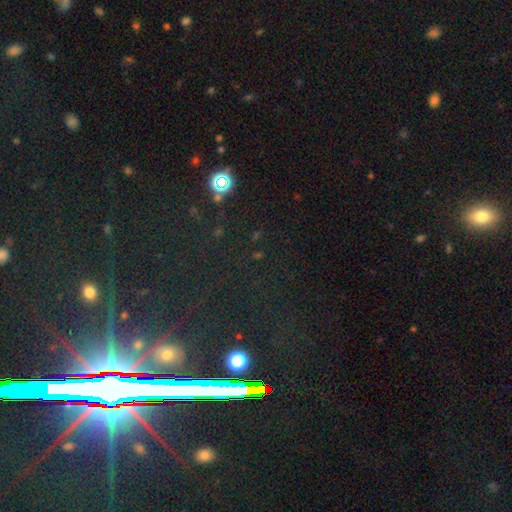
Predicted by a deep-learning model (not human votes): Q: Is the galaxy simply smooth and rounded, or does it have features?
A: star or artifact — 68%.